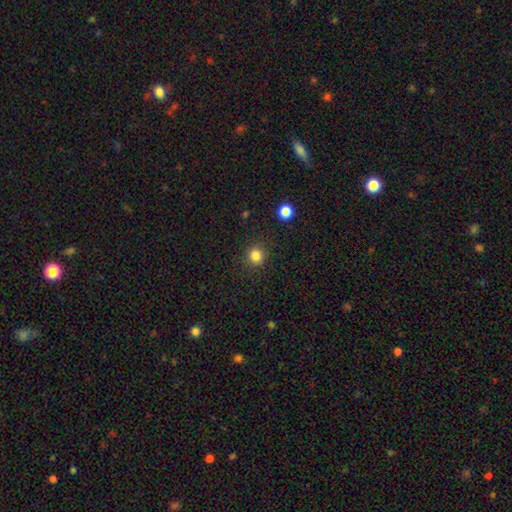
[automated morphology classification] This appears to be a smooth galaxy with no disk features (83%) that is round (90%). Merging: none (89%).